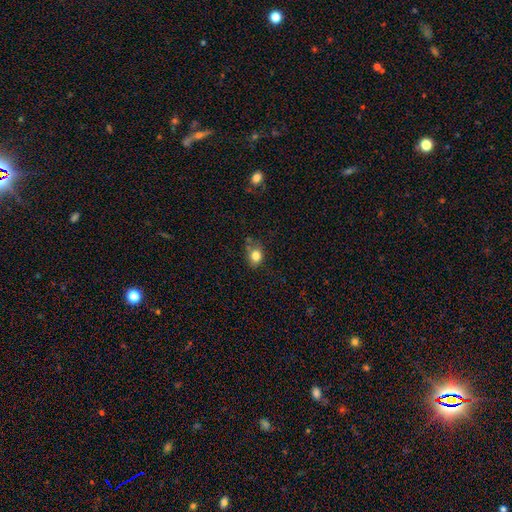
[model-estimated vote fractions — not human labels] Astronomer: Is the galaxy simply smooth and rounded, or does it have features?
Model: smooth — 81%.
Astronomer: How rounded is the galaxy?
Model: round — 51% (runner-up: in between, 48%).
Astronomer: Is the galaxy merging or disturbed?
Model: none — 61%.